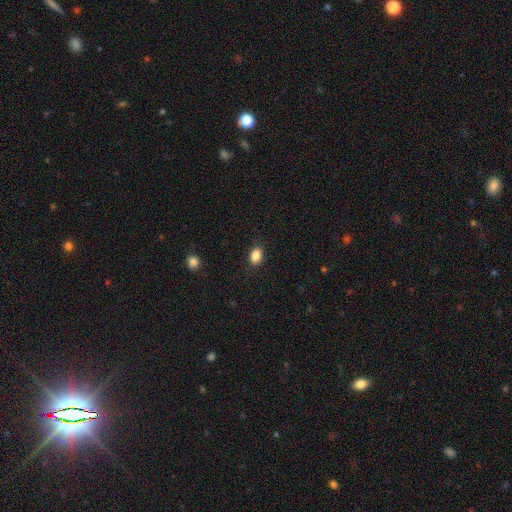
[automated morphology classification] type=smooth (86%); roundness=in between (67%); merging=none (85%).